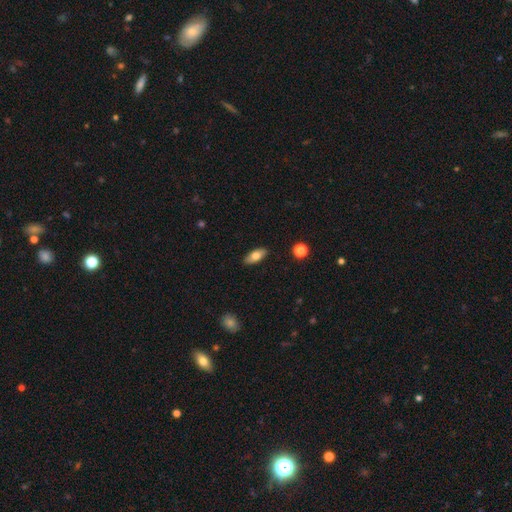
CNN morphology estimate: smooth_or_featured: smooth (p=0.75) [alt: featured or disk p=0.18]
how_rounded: in between (p=0.83) [alt: cigar-shaped p=0.14]
merging: none (p=0.88) [alt: minor disturbance p=0.09]